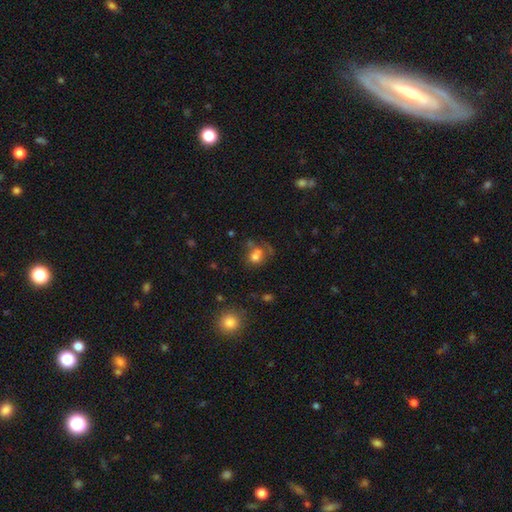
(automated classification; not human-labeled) smooth_or_featured: smooth (p=0.70) [alt: featured or disk p=0.16]
how_rounded: round (p=0.60) [alt: in between p=0.38]
merging: none (p=0.39) [alt: merger p=0.28]